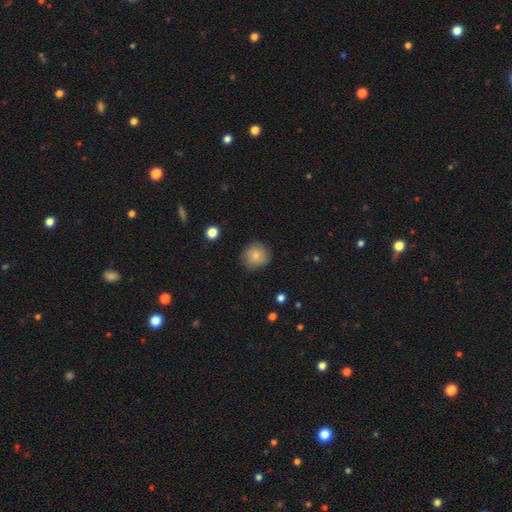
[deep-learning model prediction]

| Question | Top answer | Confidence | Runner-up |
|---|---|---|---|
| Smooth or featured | smooth | 77% | featured or disk (14%) |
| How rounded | round | 89% | in between (10%) |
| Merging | none | 81% | minor disturbance (14%) |